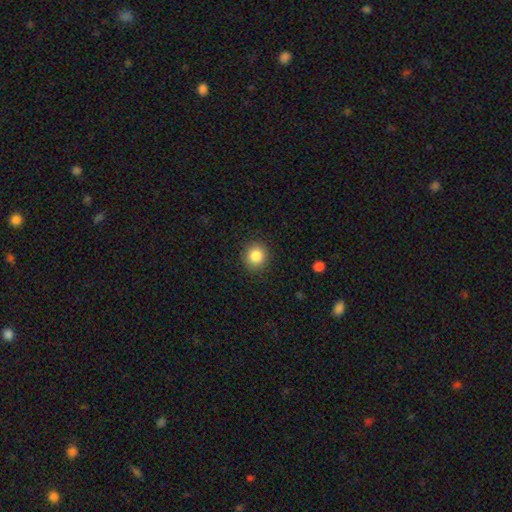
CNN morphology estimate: A smooth galaxy with no disk features (85%) that is round (88%).

Vote fractions:
- Smooth or featured? smooth: 85% / star or artifact: 10% / featured or disk: 5%
- How rounded? round: 88% / in between: 11% / cigar-shaped: 1%
- Merging? none: 90% / minor disturbance: 7% / major disturbance: 2% / merger: 1%